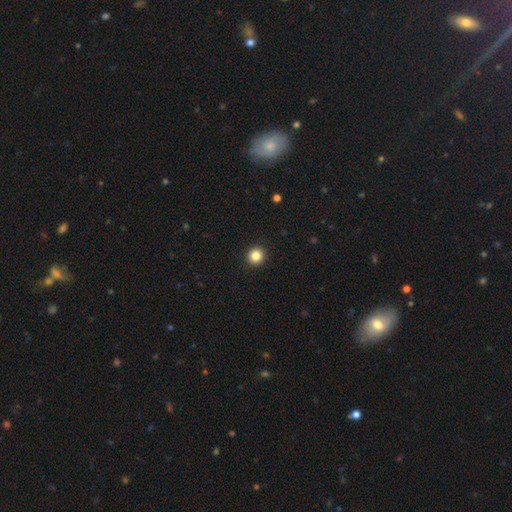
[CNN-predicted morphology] Smooth or featured: smooth — 85% (star or artifact — 11%)
How rounded: round — 93% (in between — 6%)
Merging: none — 94% (minor disturbance — 4%)